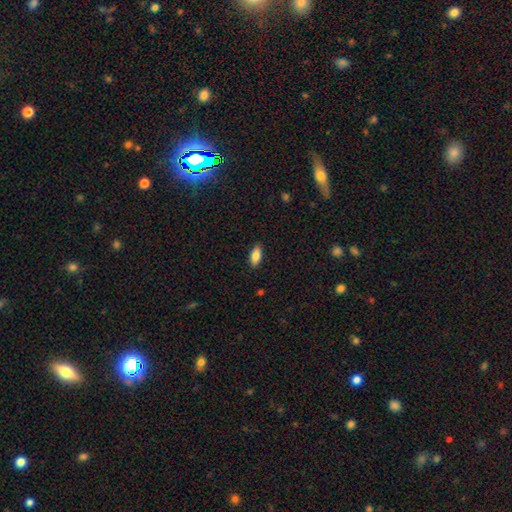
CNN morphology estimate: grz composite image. It shows a smooth galaxy with no disk features (83%) that is in between round and cigar-shaped (84%). Merging: none (88%).